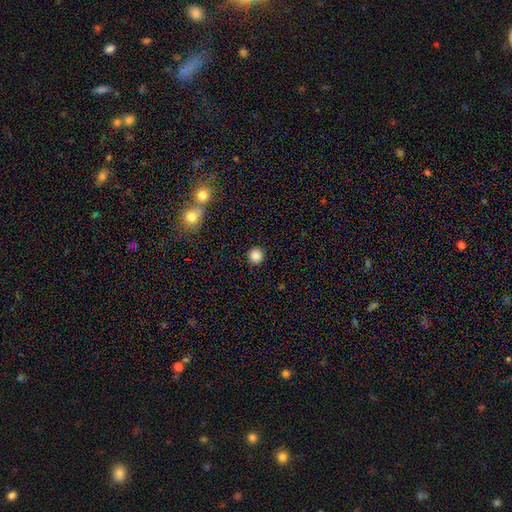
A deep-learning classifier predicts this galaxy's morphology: type=smooth (86%); roundness=round (95%); merging=none (92%).